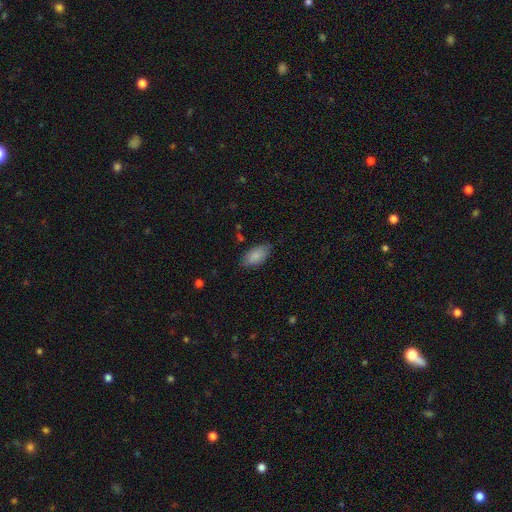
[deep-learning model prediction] A smooth galaxy with no disk features (86%) that is in between round and cigar-shaped (91%). Merging: none (78%).